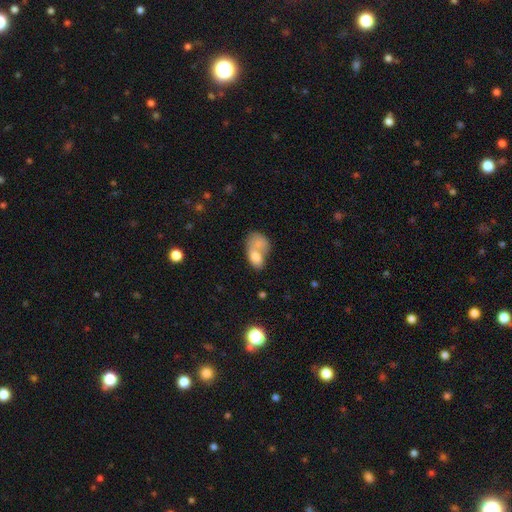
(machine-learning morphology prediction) This is likely a smooth galaxy (74%). How rounded: clearly in between (81%). Merging: likely merger (69%).